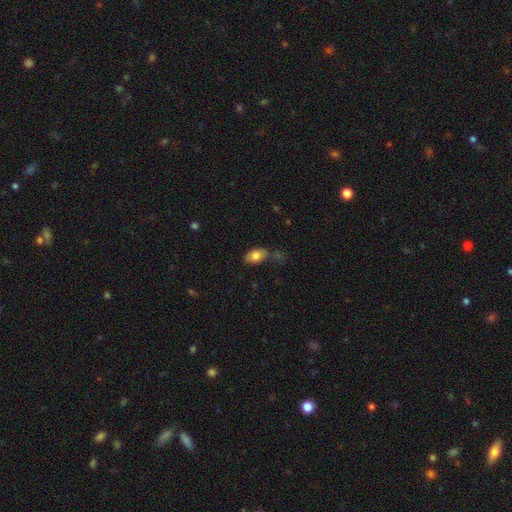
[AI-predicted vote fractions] Q: Smooth or featured?
A: smooth (80%); runner-up: featured or disk (12%)
Q: How rounded?
A: in between (90%); runner-up: round (7%)
Q: Merging?
A: none (58%); runner-up: minor disturbance (22%)